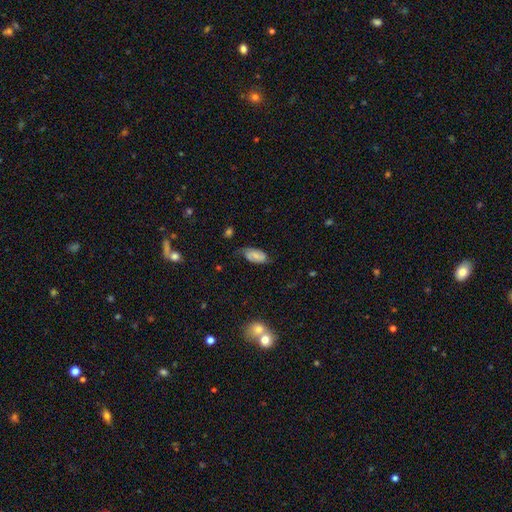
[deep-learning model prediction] A smooth galaxy with no disk features (47%).

Vote fractions:
- Smooth or featured? smooth: 47% / featured or disk: 44% / star or artifact: 9%
- Merging? none: 59% / minor disturbance: 29% / major disturbance: 10% / merger: 2%